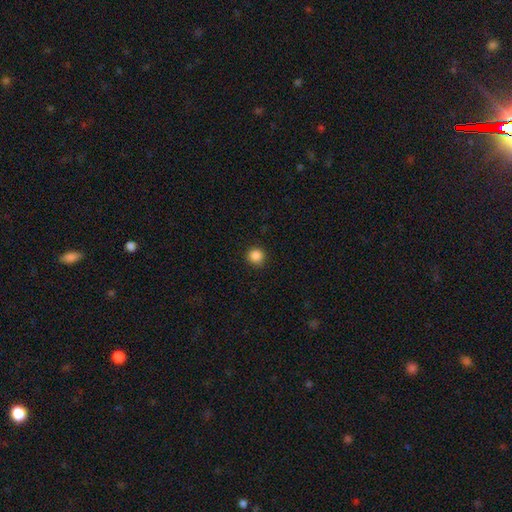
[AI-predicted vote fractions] Smooth or featured?
  - smooth: 87% *
  - star or artifact: 11%
  - featured or disk: 2%
How rounded?
  - round: 94% *
  - in between: 5%
  - cigar-shaped: 1%
Merging?
  - none: 91% *
  - minor disturbance: 6%
  - major disturbance: 2%
  - merger: 1%